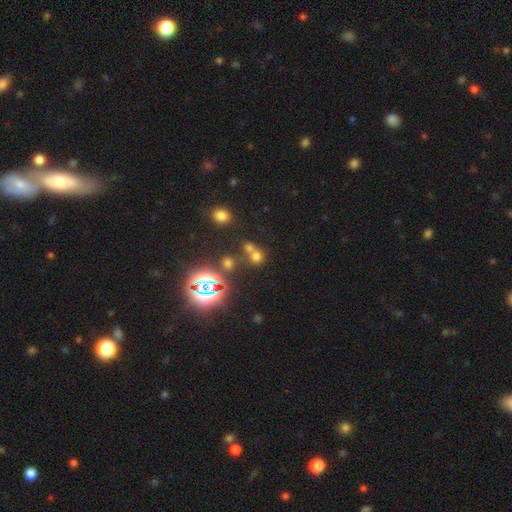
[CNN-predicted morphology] Smooth or featured? Predicted: smooth (p=0.57). How rounded? Predicted: round (p=0.79). Merging? Predicted: none (p=0.49).